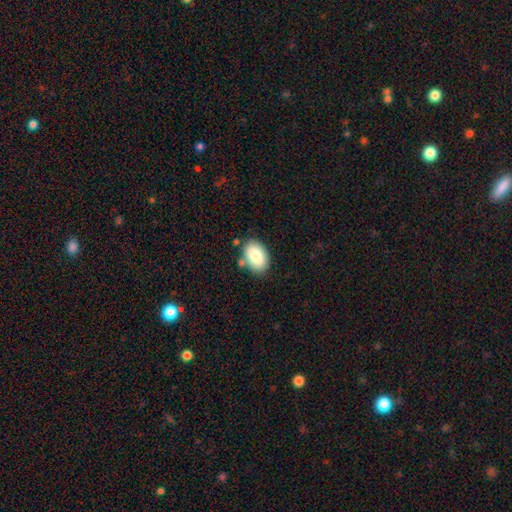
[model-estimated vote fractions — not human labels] smooth_or_featured: smooth (p=0.84) [alt: featured or disk p=0.09]
how_rounded: in between (p=0.90) [alt: round p=0.09]
merging: none (p=0.78) [alt: minor disturbance p=0.13]